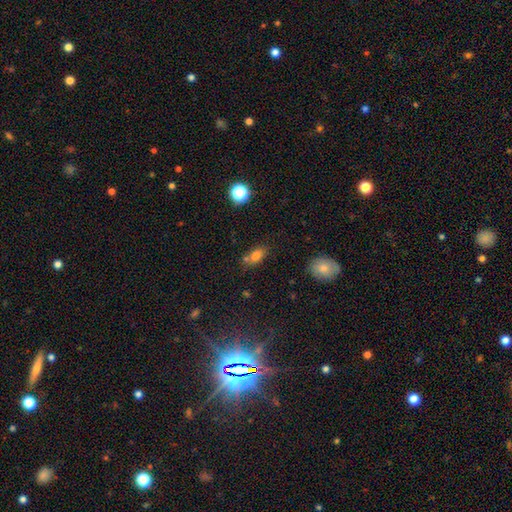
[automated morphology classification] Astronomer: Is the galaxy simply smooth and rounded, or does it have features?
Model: smooth — 76%.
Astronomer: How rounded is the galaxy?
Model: in between — 80%.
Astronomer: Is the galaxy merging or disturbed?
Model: none — 58%.